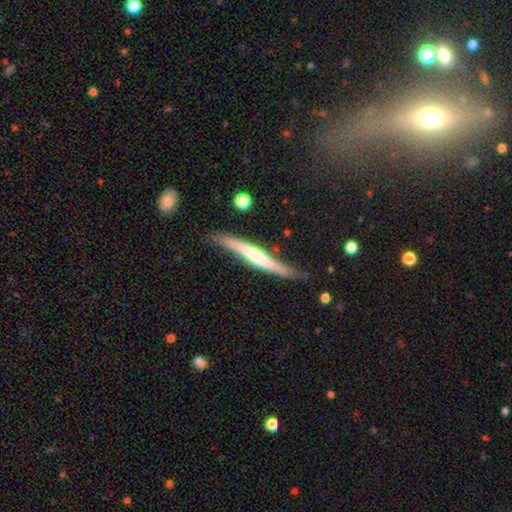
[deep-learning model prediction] featured or disk 66%, smooth 29%, star or artifact 5%. Down the decision tree: edge-on disk — yes (87%); edge-on bulge — rounded (43%); merging — none (68%).